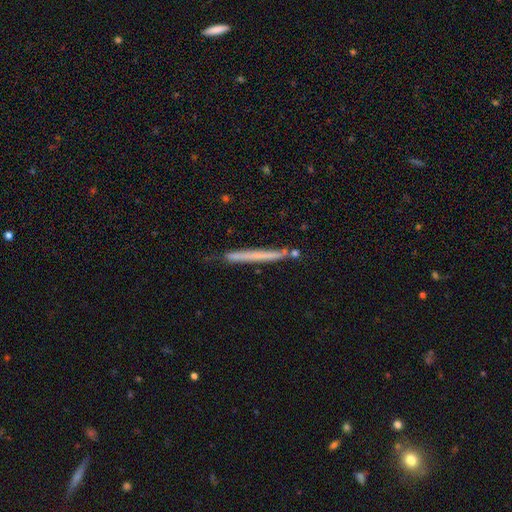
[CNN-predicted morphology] This appears to be a smooth galaxy with no disk features (51%) that is cigar-shaped (97%). Merging: none (84%).